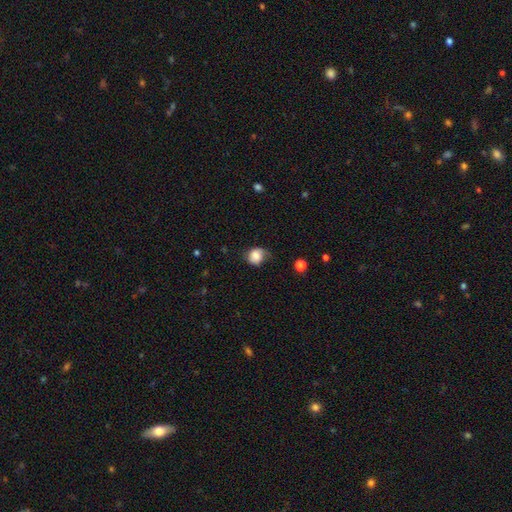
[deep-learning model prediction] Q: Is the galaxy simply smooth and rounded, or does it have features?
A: smooth — 77%.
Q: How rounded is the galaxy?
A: round — 68%.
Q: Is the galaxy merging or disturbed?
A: none — 49%.